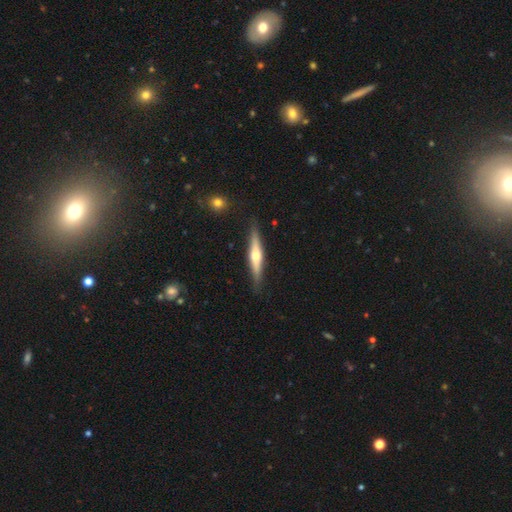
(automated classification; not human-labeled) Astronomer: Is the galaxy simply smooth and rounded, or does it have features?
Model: featured or disk — 62%.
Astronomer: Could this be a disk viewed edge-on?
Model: yes — 97%.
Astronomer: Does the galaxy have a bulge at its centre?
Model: rounded — 86%.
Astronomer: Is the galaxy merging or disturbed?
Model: none — 87%.